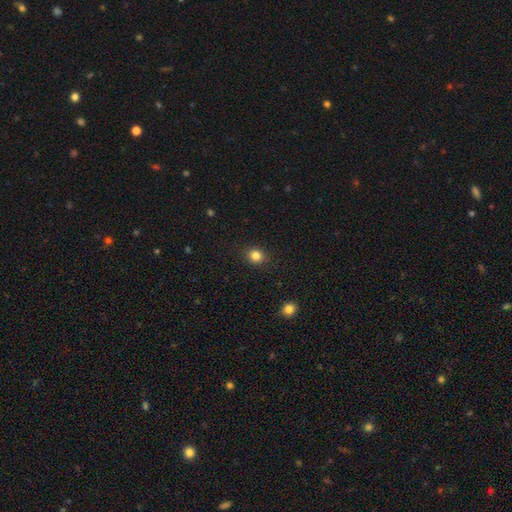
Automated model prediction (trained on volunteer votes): The model was most divided on "how rounded": round: 81%, in between: 18%, cigar-shaped: 1%. More confident: merging — none (90%); smooth or featured — smooth (83%).